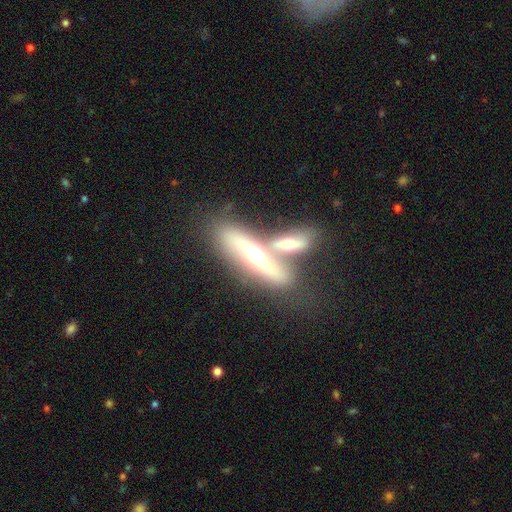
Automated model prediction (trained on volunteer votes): A featured or disk galaxy (54%) viewed edge-on (75%). Merging: merger (52%).